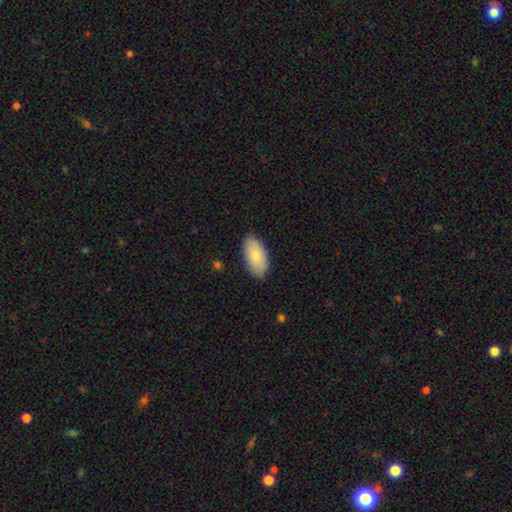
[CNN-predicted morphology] Smooth or featured? smooth (82%)
How rounded? in between (95%)
Merging? none (86%)